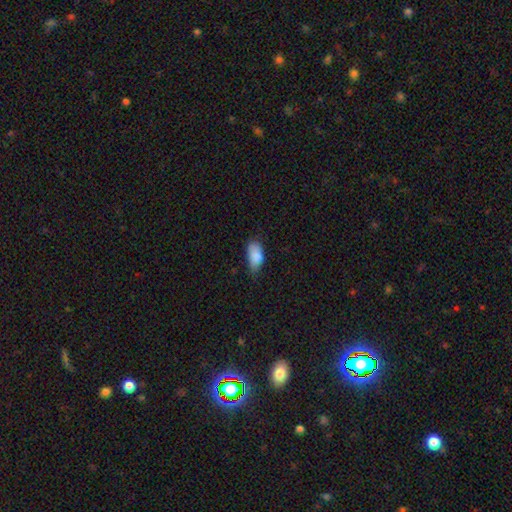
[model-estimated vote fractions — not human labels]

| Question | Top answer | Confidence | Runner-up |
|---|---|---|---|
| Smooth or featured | smooth | 85% | star or artifact (8%) |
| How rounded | in between | 91% | cigar-shaped (5%) |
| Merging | none | 53% | minor disturbance (37%) |